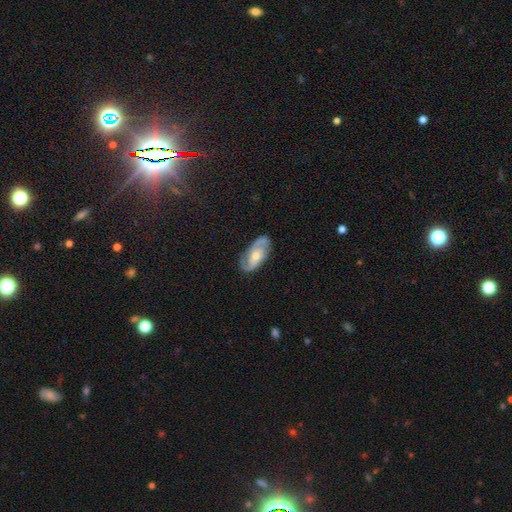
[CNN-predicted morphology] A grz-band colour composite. It shows a featured or disk galaxy (75%) with no bar (64%), 2 (82%) medium (46%) spiral arms (92%) and a moderate central bulge (59%). Merging: none (78%).